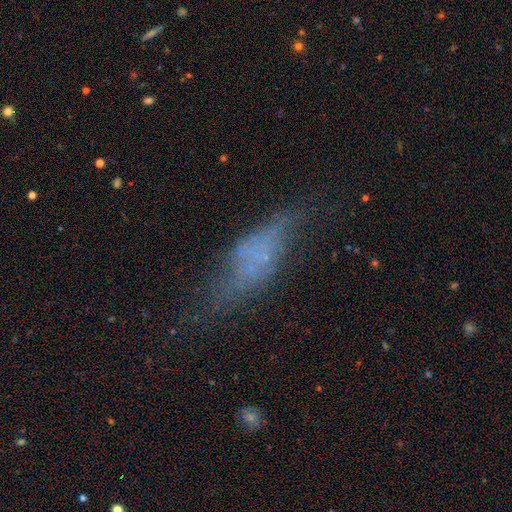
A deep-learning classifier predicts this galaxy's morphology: type=featured or disk (45%); merging=none (48%).